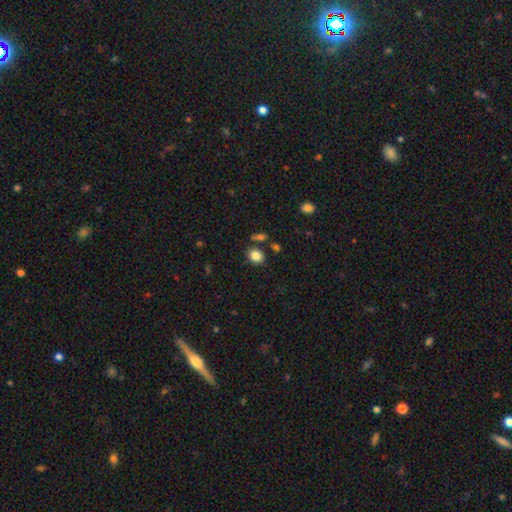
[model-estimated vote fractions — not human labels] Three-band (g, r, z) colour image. It shows a smooth galaxy with no disk features (84%) that is in between round and cigar-shaped (56%). Merging: none (78%).